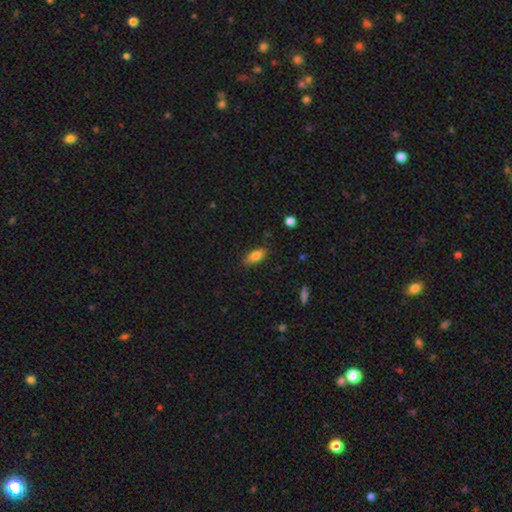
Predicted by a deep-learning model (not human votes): Q: Smooth or featured?
A: smooth (81%); runner-up: featured or disk (11%)
Q: How rounded?
A: in between (82%); runner-up: cigar-shaped (14%)
Q: Merging?
A: none (82%); runner-up: minor disturbance (14%)